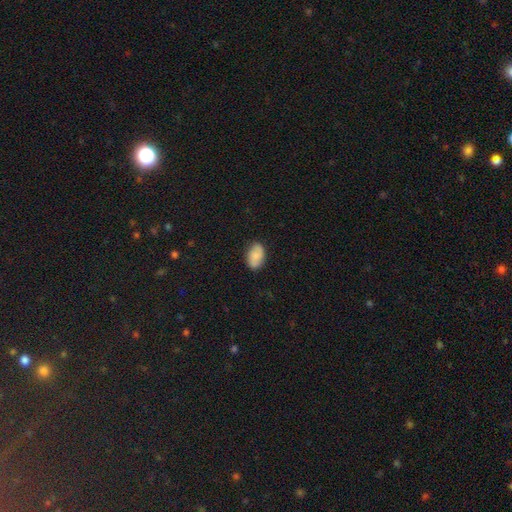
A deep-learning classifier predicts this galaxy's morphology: The model was most divided on "smooth or featured": smooth: 78%, featured or disk: 15%, star or artifact: 7%. More confident: how rounded — in between (90%); merging — none (81%).